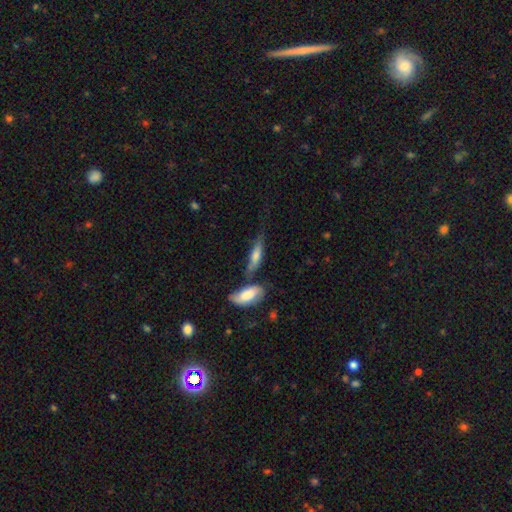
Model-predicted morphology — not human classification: Smooth or featured? smooth (54%)
How rounded? cigar-shaped (62%)
Merging? none (49%)